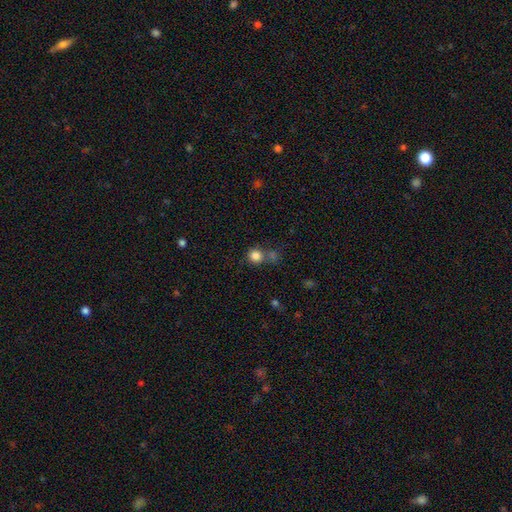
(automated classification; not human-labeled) smooth_or_featured: smooth (p=0.83) [alt: star or artifact p=0.12]
how_rounded: round (p=0.90) [alt: in between p=0.09]
merging: none (p=0.62) [alt: merger p=0.23]